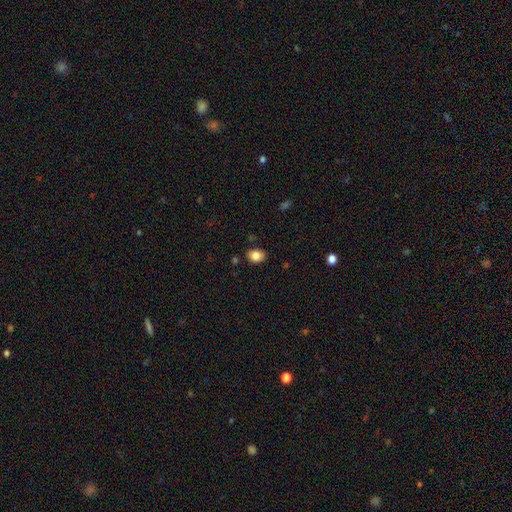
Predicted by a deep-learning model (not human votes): Smooth or featured? Predicted: smooth (p=0.84). How rounded? Predicted: in between (p=0.60). Merging? Predicted: none (p=0.84).